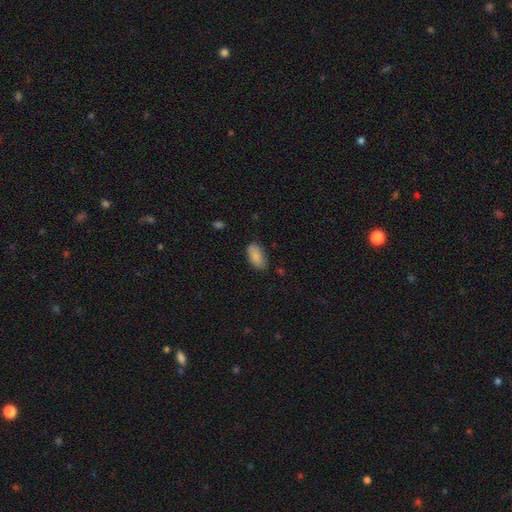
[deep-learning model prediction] smooth 85%, featured or disk 8%, star or artifact 7%. Down the decision tree: how rounded — in between (92%); merging — none (79%).